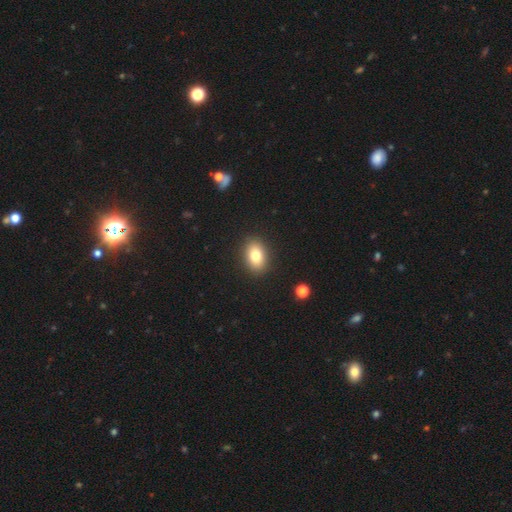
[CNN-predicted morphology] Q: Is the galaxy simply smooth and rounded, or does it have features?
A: smooth — 80%.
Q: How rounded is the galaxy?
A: in between — 80%.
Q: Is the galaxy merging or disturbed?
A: none — 89%.